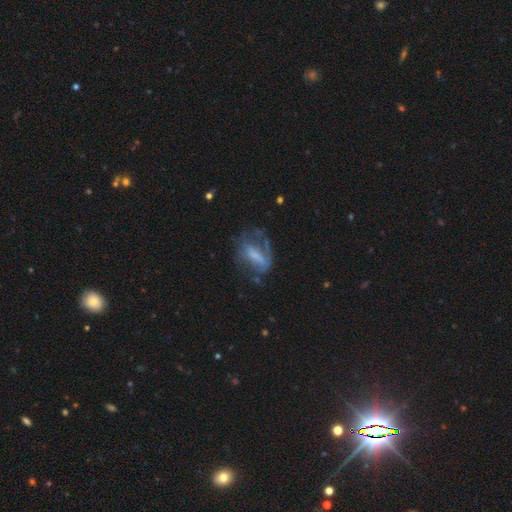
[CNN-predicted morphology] Smooth or featured? Predicted: featured or disk (p=0.57). Edge-on disk? Predicted: no (p=0.89). Bar? Predicted: strong (p=0.40). Spiral arms? Predicted: no (p=0.52). Bulge size? Predicted: none (p=0.38). Merging? Predicted: none (p=0.39).